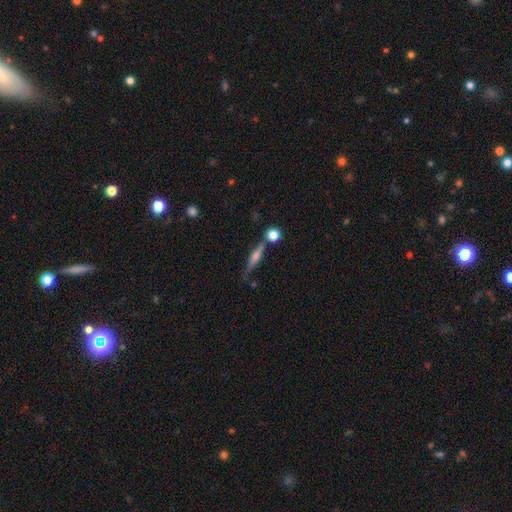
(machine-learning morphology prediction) Smooth or featured?
  - featured or disk: 48% *
  - smooth: 44%
  - star or artifact: 8%
Merging?
  - none: 68% *
  - minor disturbance: 15%
  - merger: 12%
  - major disturbance: 4%